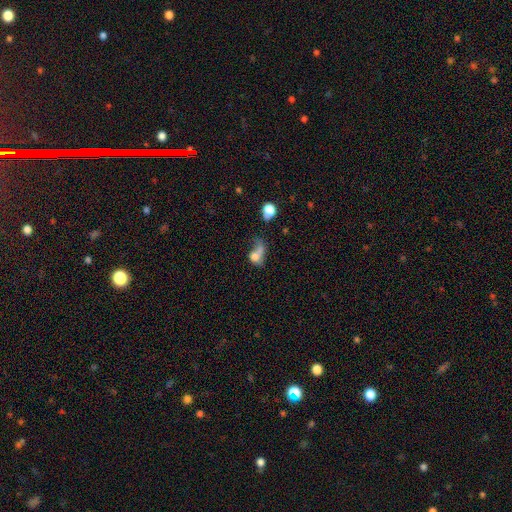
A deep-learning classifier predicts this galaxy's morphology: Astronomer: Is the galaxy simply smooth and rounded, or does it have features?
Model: smooth — 63%.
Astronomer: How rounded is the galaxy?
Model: in between — 61%.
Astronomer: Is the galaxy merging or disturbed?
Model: merger — 37% (runner-up: major disturbance, 33%).